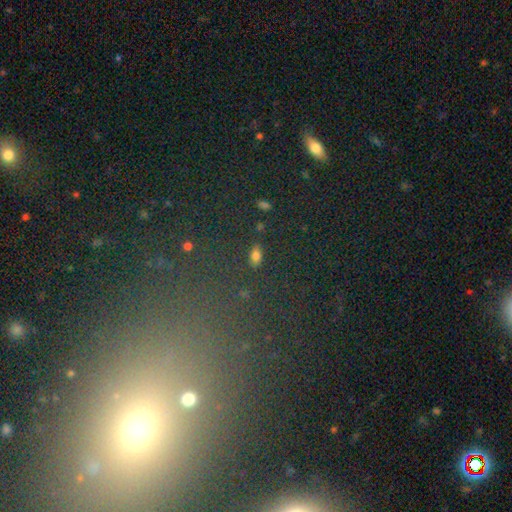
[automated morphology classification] Overall: smooth (77%). How rounded: in between (89%). Merging: none (84%).